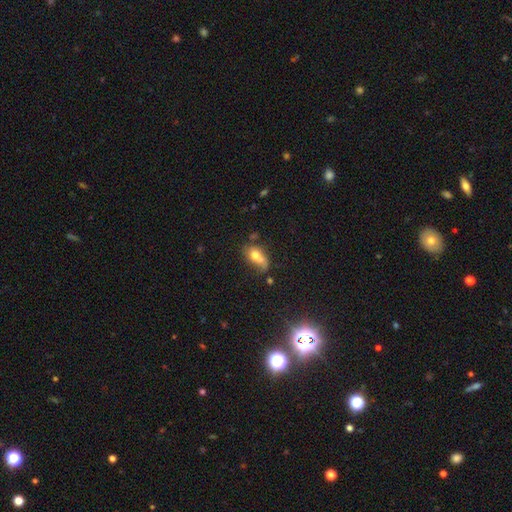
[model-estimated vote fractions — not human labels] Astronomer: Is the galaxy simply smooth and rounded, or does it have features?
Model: smooth — 66%.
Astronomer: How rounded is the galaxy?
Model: in between — 79%.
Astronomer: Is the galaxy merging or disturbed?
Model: none — 31% (runner-up: merger, 26%).